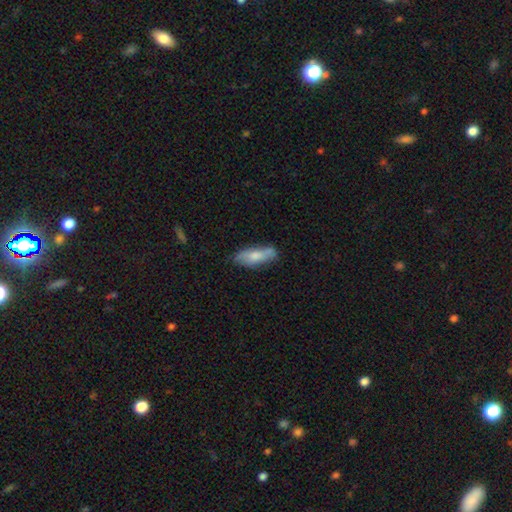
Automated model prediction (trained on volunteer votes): smooth 65%, featured or disk 29%, star or artifact 6%. Down the decision tree: how rounded — in between (64%); merging — none (63%).